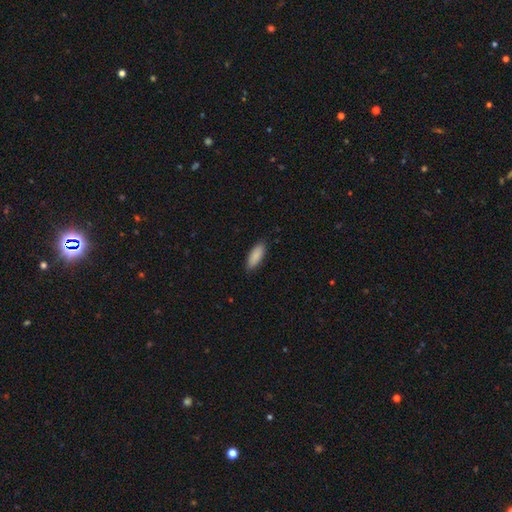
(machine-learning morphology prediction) The model was most divided on "how rounded": in between: 73%, cigar-shaped: 25%, round: 2%. More confident: smooth or featured — smooth (88%); merging — none (87%).